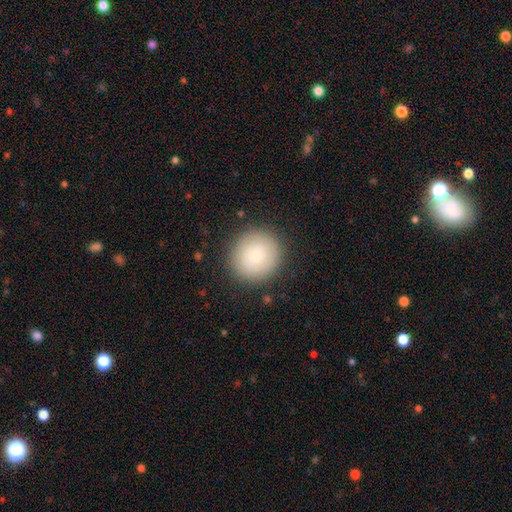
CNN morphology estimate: This appears to be a smooth galaxy with no disk features (81%) that is round (94%). Merging: none (88%).